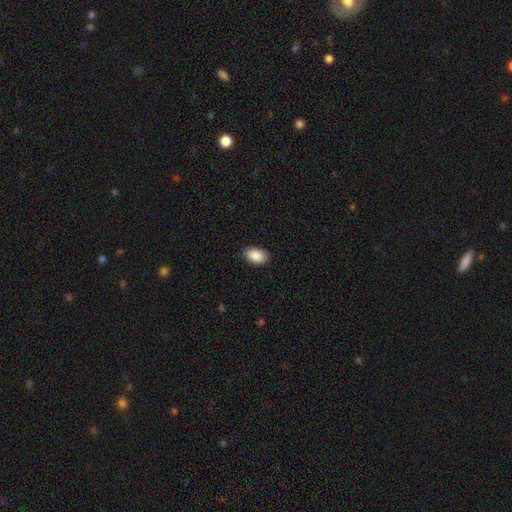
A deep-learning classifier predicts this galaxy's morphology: This is clearly a smooth galaxy (89%). How rounded: clearly in between (92%). Merging: clearly none (86%).